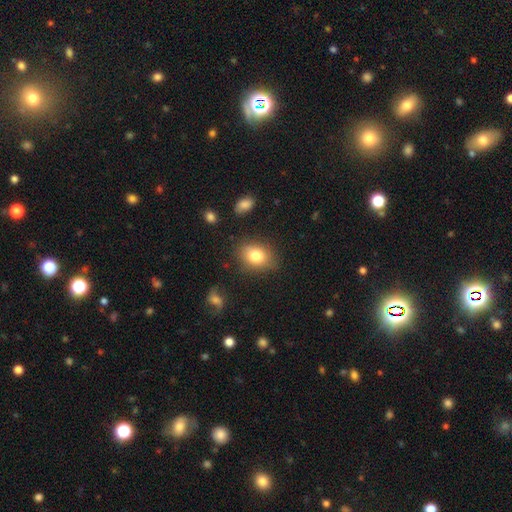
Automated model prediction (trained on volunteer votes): A smooth galaxy with no disk features (79%) that is in between round and cigar-shaped (63%). Merging: none (80%).